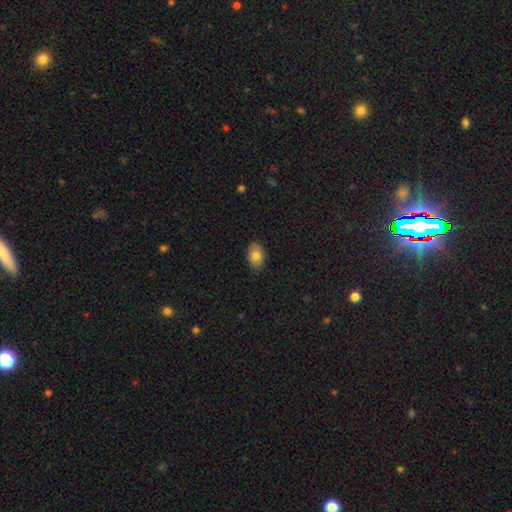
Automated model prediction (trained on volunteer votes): smooth 80%, featured or disk 12%, star or artifact 8%. Down the decision tree: how rounded — in between (86%); merging — none (83%).